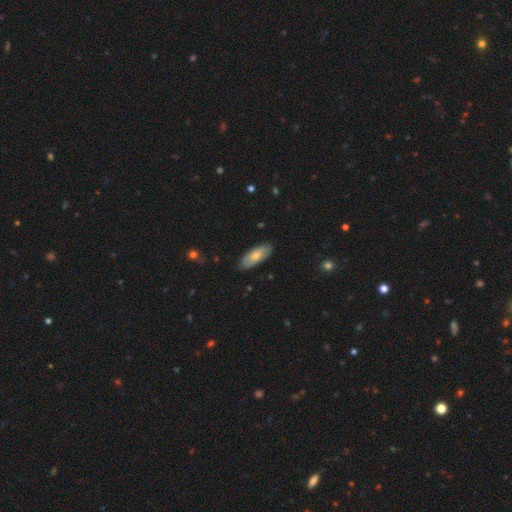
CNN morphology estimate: smooth 69%, featured or disk 25%, star or artifact 6%. Down the decision tree: how rounded — in between (77%); merging — none (84%).